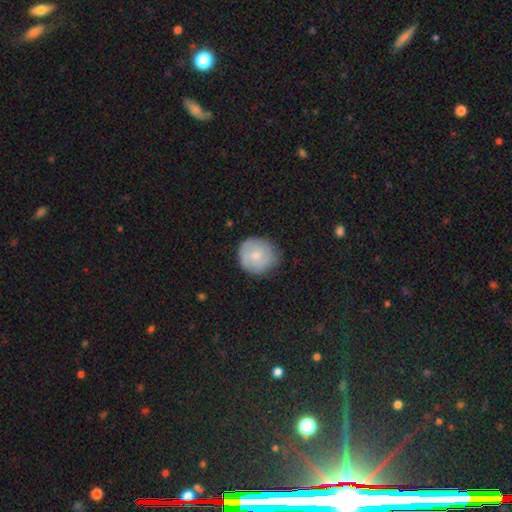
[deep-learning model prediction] smooth 66%, featured or disk 27%, star or artifact 7%. Down the decision tree: how rounded — round (91%); merging — none (75%).